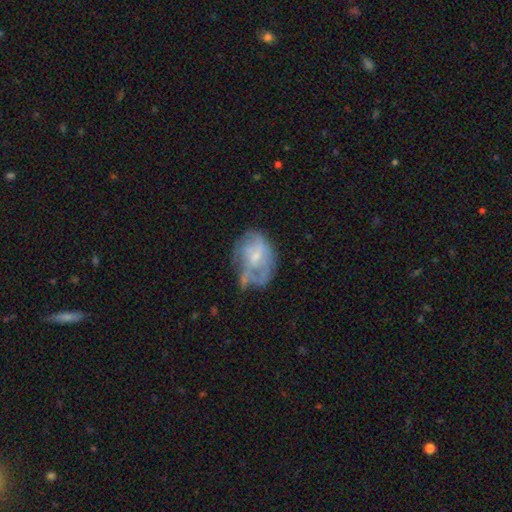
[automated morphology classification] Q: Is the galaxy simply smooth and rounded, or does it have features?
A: featured or disk — 59%.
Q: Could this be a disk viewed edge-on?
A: no — 97%.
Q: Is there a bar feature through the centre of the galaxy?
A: no — 61%.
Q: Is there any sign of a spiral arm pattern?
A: yes — 54%.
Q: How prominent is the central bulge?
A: small — 54%.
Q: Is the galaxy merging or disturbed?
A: none — 36%.